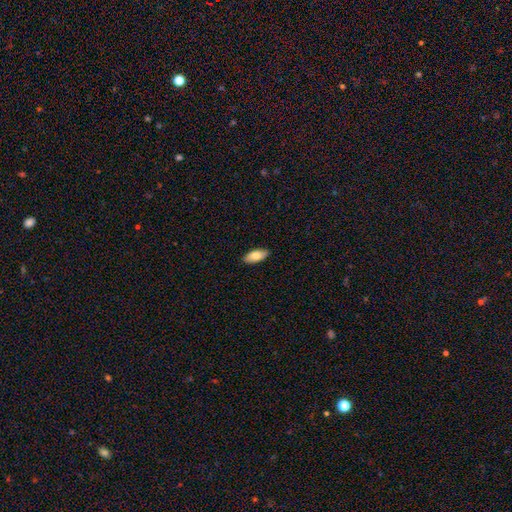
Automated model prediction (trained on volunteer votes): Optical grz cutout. It shows a smooth galaxy with no disk features (83%) that is in between round and cigar-shaped (89%). Merging: none (89%).